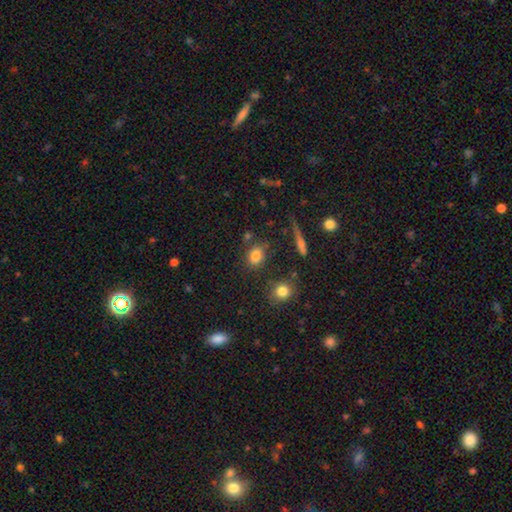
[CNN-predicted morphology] Smooth or featured? smooth (81%)
How rounded? in between (55%)
Merging? none (74%)